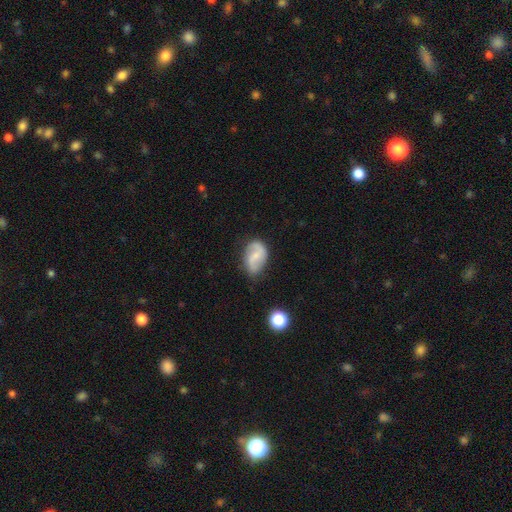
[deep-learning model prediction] smooth-or-featured: featured or disk: 63% | smooth: 30% | star or artifact: 7%
  disk-edge-on: no: 97% | yes: 3%
    bar: weak: 48% | no: 37% | strong: 16%
    has-spiral-arms: yes: 88% | no: 12%
      spiral-winding: loose: 47% | medium: 39% | tight: 14%
      spiral-arm-count: 2: 84% | can't tell: 8% | 1: 5% | 3: 1% | 4: 1% | more than 4: 1%
    bulge-size: small: 53% | moderate: 26% | none: 18% | large: 2% | dominant: 1%
  merging: none: 66% | minor disturbance: 24% | major disturbance: 7% | merger: 3%